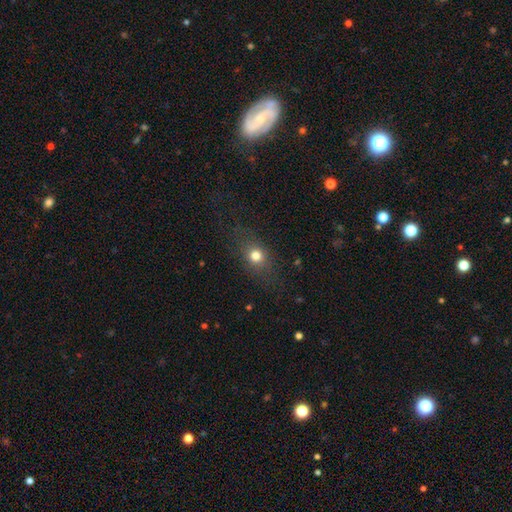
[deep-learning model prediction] Smooth or featured?
  - smooth: 73% *
  - star or artifact: 14%
  - featured or disk: 13%
How rounded?
  - round: 57% *
  - in between: 38%
  - cigar-shaped: 5%
Merging?
  - none: 78% *
  - minor disturbance: 13%
  - major disturbance: 7%
  - merger: 1%